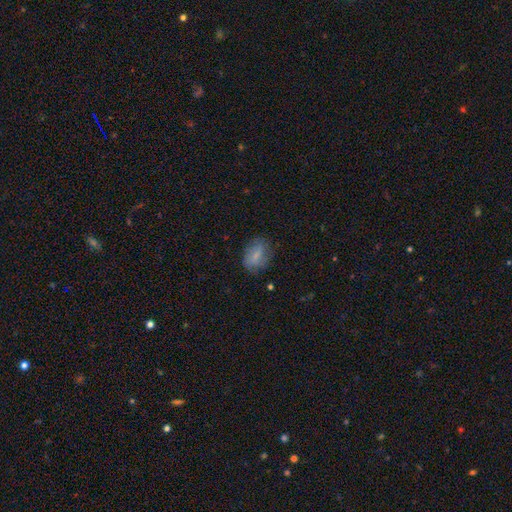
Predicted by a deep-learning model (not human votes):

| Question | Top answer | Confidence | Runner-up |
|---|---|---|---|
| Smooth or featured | smooth | 70% | featured or disk (21%) |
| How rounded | in between | 76% | round (21%) |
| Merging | none | 69% | minor disturbance (22%) |